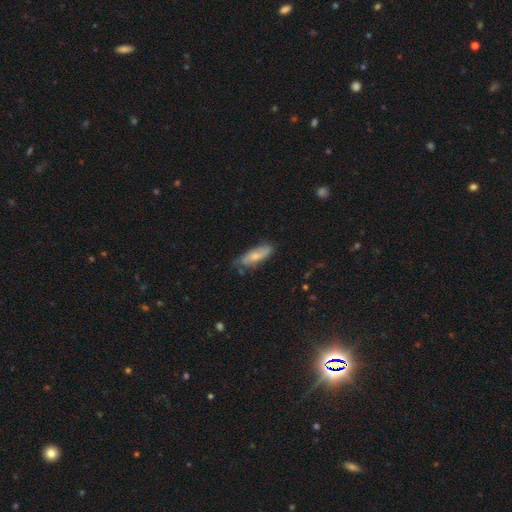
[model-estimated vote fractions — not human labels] This is likely a smooth galaxy (66%). How rounded: possibly in between (57%). Merging: likely none (65%).